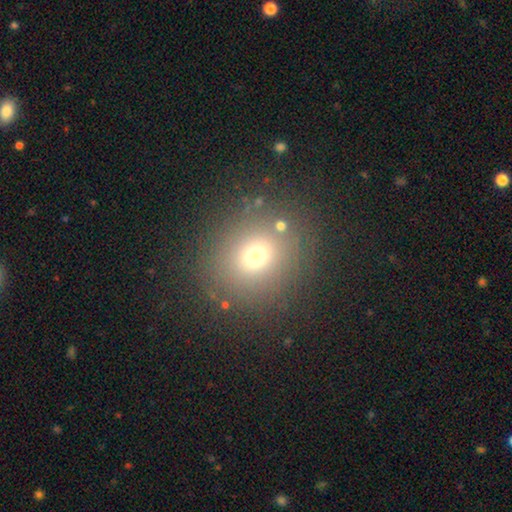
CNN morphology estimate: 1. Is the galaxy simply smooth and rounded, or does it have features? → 69% smooth, 20% star or artifact, 11% featured or disk.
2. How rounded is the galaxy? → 78% round, 21% in between, 1% cigar-shaped.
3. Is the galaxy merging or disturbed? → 83% none, 9% minor disturbance, 5% major disturbance, 4% merger.